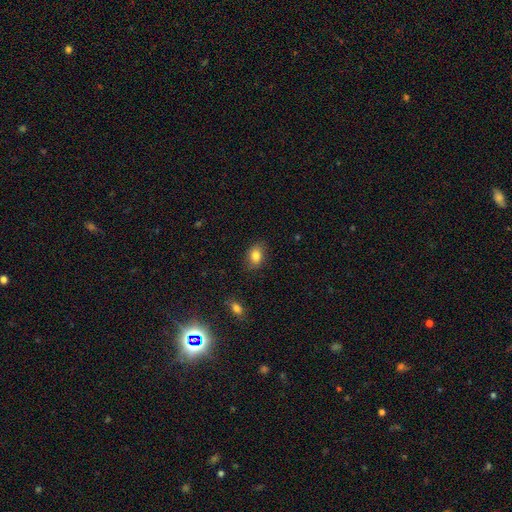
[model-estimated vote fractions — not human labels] Smooth or featured? smooth (82%)
How rounded? in between (76%)
Merging? none (83%)